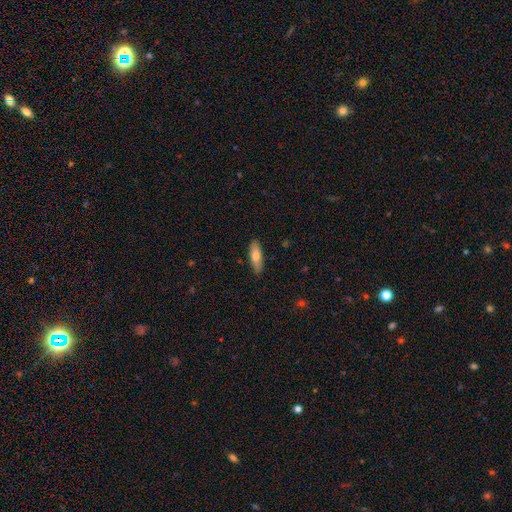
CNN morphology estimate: Q: Smooth or featured?
A: smooth (71%); runner-up: featured or disk (23%)
Q: How rounded?
A: in between (50%); runner-up: cigar-shaped (48%)
Q: Merging?
A: none (86%); runner-up: minor disturbance (11%)